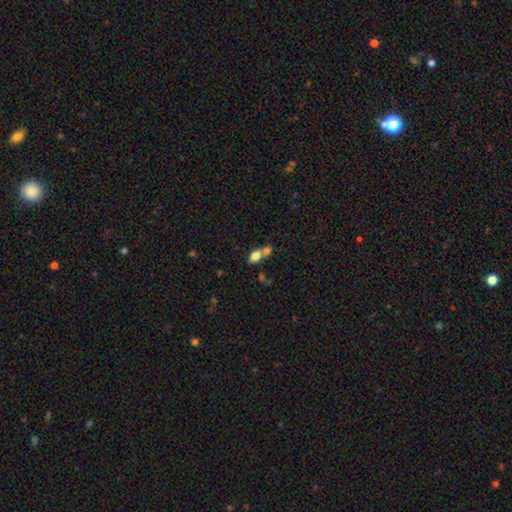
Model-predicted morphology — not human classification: Smooth or featured? smooth (78%)
How rounded? in between (86%)
Merging? merger (50%)